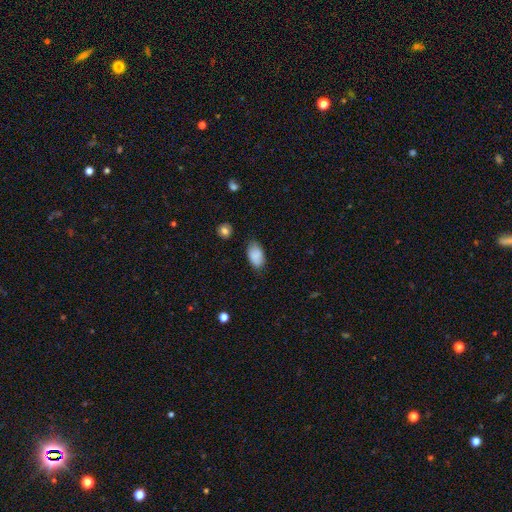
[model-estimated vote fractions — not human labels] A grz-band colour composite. It shows a smooth galaxy with no disk features (86%) that is in between round and cigar-shaped (93%). Merging: none (77%).